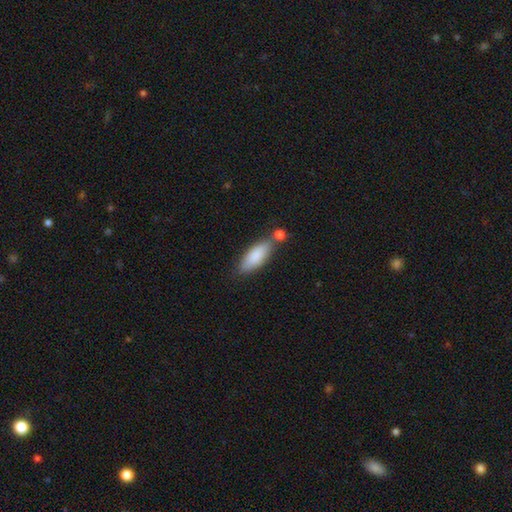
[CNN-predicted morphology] Q: Smooth or featured?
A: smooth (84%); runner-up: featured or disk (10%)
Q: How rounded?
A: in between (71%); runner-up: cigar-shaped (27%)
Q: Merging?
A: none (59%); runner-up: merger (19%)